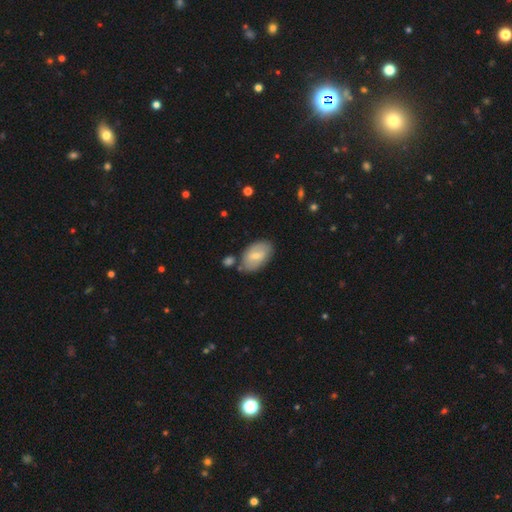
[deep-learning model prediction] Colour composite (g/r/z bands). It shows a smooth galaxy with no disk features (55%) that is in between round and cigar-shaped (91%). Merging: none (69%).